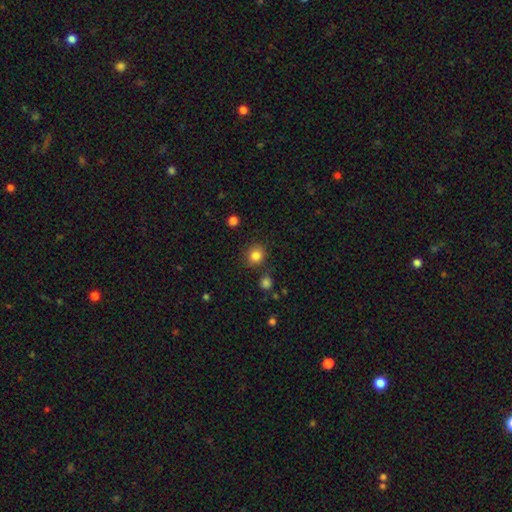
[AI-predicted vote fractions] Q: Smooth or featured?
A: smooth (84%); runner-up: star or artifact (11%)
Q: How rounded?
A: round (79%); runner-up: in between (20%)
Q: Merging?
A: none (83%); runner-up: minor disturbance (9%)